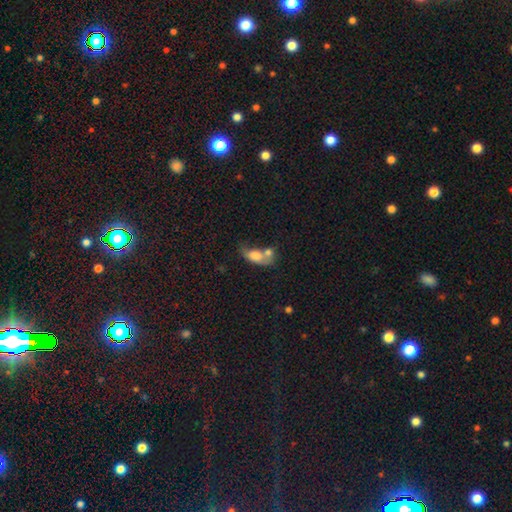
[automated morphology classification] Smooth or featured?
  - smooth: 72% *
  - featured or disk: 20%
  - star or artifact: 8%
How rounded?
  - in between: 82% *
  - round: 12%
  - cigar-shaped: 6%
Merging?
  - merger: 52% *
  - none: 19%
  - minor disturbance: 15%
  - major disturbance: 14%